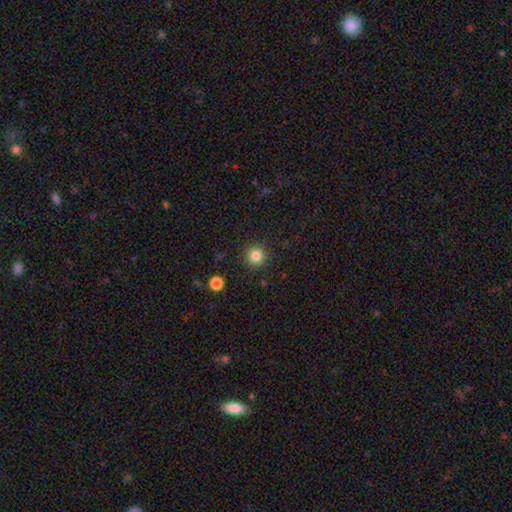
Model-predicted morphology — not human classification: smooth 83%, star or artifact 12%, featured or disk 5%. Down the decision tree: how rounded — round (95%); merging — none (91%).